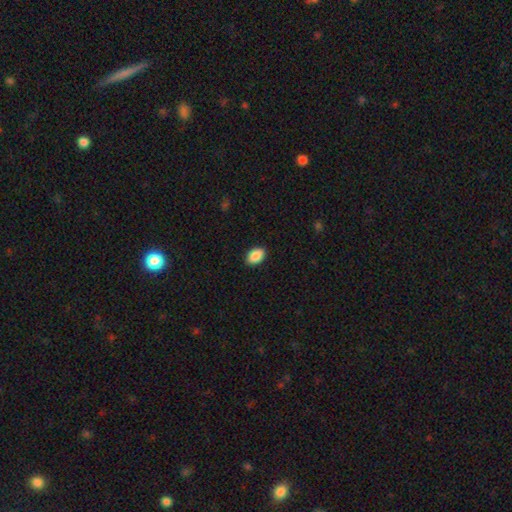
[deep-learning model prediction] smooth 89%, star or artifact 7%, featured or disk 4%. Down the decision tree: how rounded — in between (87%); merging — none (90%).